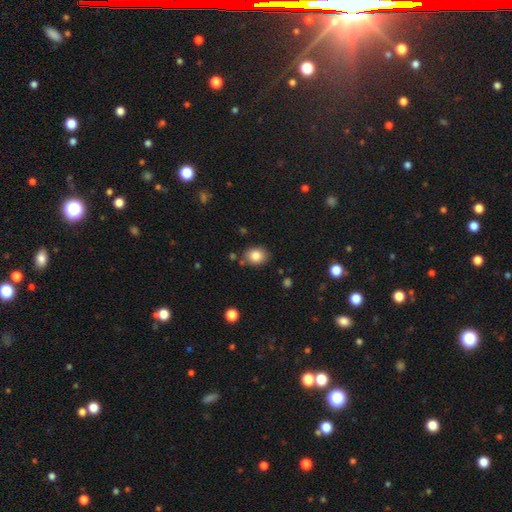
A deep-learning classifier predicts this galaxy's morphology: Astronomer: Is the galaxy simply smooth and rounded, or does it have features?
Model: smooth — 84%.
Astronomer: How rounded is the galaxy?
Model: round — 55% (runner-up: in between, 44%).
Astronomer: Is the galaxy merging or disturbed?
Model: none — 82%.